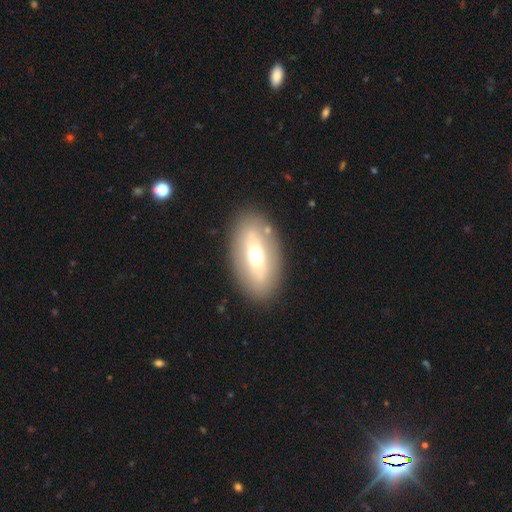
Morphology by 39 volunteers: Smooth or featured: smooth — 49% (featured or disk — 38%)
How rounded: in between — 89% (cigar-shaped — 11%)
Merging: none — 94% (minor disturbance — 3%)